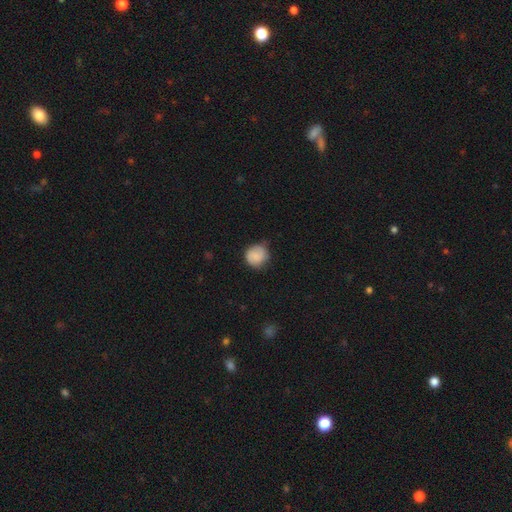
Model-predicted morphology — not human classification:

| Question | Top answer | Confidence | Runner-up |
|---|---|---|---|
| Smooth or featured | smooth | 83% | featured or disk (10%) |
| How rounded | round | 86% | in between (13%) |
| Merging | none | 60% | minor disturbance (33%) |